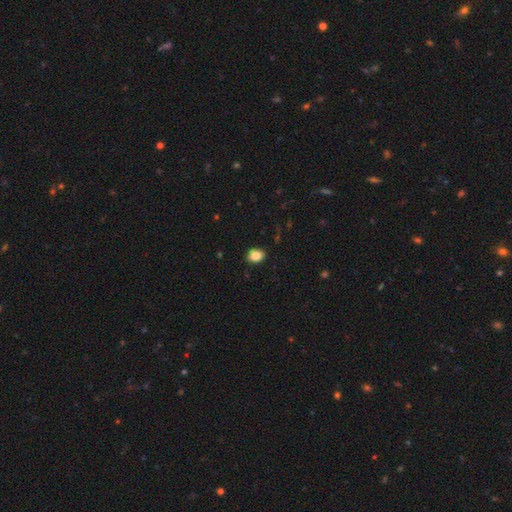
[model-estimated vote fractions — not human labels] A smooth galaxy with no disk features (84%) that is in between round and cigar-shaped (61%). Merging: none (85%).